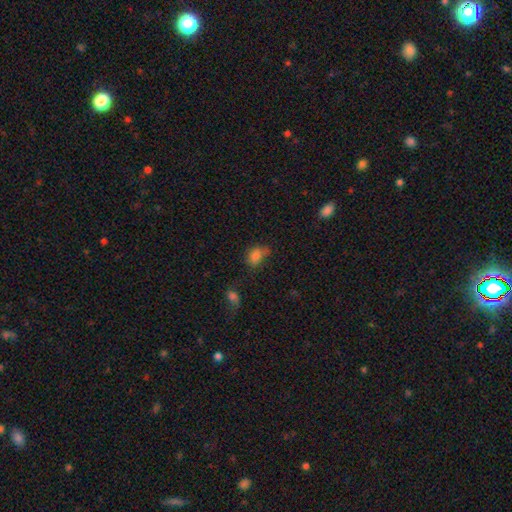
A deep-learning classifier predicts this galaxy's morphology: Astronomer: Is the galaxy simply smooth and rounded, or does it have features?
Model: smooth — 80%.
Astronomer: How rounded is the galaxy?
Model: in between — 61% (runner-up: round, 38%).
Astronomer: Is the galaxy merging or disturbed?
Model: none — 46% (runner-up: minor disturbance, 26%).